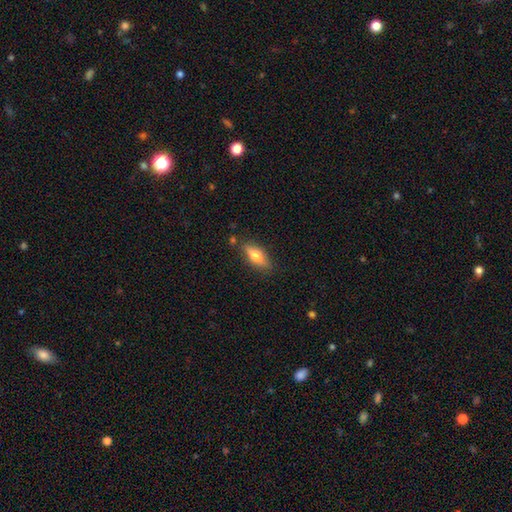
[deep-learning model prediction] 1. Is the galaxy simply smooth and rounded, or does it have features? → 64% smooth, 29% featured or disk, 7% star or artifact.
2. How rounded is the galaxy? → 64% in between, 33% cigar-shaped, 3% round.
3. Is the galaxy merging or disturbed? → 78% none, 15% minor disturbance, 4% merger, 3% major disturbance.